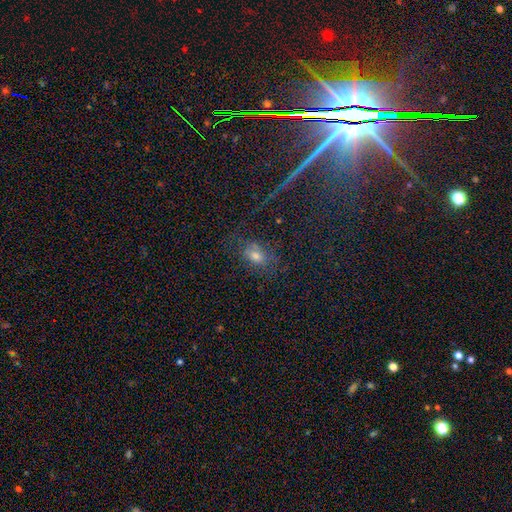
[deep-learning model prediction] Morphology: type=smooth (51%); roundness=in between (70%); merging=none (66%).